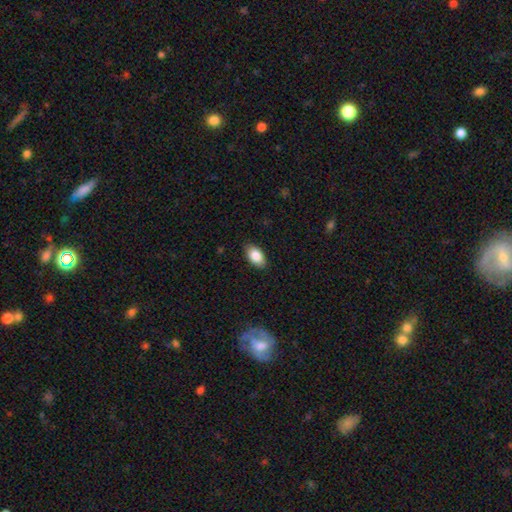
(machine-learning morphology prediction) Smooth or featured? smooth (85%)
How rounded? in between (93%)
Merging? none (87%)